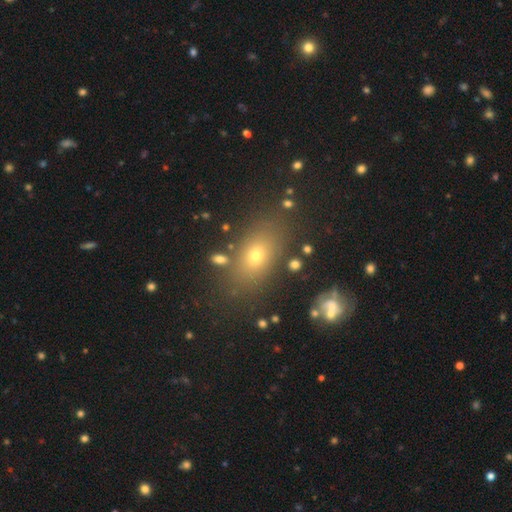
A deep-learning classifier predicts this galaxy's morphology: This appears to be a smooth galaxy with no disk features (68%) that is in between round and cigar-shaped (78%). Merging: none (81%).